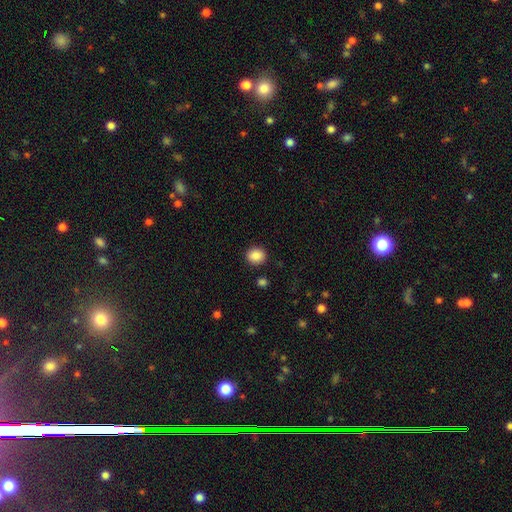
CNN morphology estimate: smooth-or-featured: smooth: 88% | star or artifact: 9% | featured or disk: 4%
  how-rounded: round: 73% | in between: 26% | cigar-shaped: 1%
  merging: none: 89% | minor disturbance: 7% | major disturbance: 2% | merger: 2%